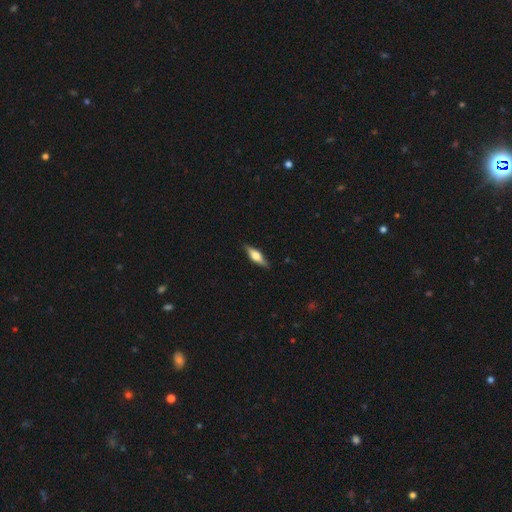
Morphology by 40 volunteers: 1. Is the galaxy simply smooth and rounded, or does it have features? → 48% featured or disk, 42% smooth, 10% star or artifact.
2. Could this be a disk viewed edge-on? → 100% yes, 0% no.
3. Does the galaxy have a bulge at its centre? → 100% rounded, 0% boxy, 0% none.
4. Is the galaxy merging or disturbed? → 92% none, 8% minor disturbance, 0% major disturbance, 0% merger.